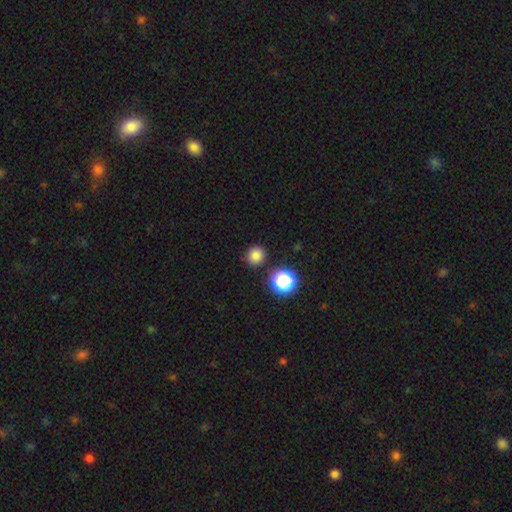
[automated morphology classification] Smooth or featured: smooth — 80% (star or artifact — 16%)
How rounded: round — 90% (in between — 9%)
Merging: none — 86% (minor disturbance — 7%)